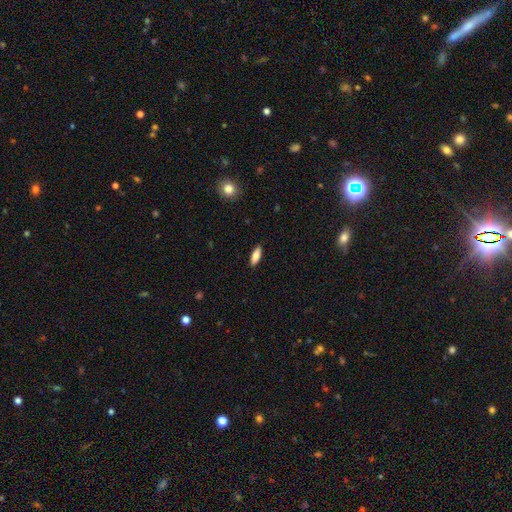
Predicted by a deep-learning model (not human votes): Q: Smooth or featured?
A: smooth (81%); runner-up: featured or disk (13%)
Q: How rounded?
A: in between (63%); runner-up: cigar-shaped (35%)
Q: Merging?
A: none (89%); runner-up: minor disturbance (8%)